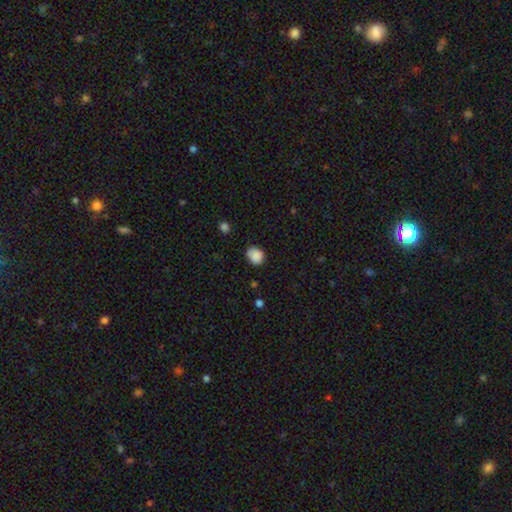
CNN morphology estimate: Smooth or featured? Predicted: smooth (p=0.87). How rounded? Predicted: round (p=0.54). Merging? Predicted: none (p=0.71).